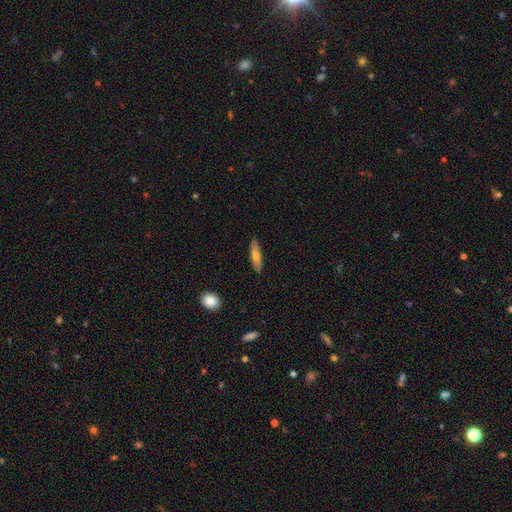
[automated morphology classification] Overall: smooth (67%). How rounded: cigar-shaped (70%). Merging: none (87%).